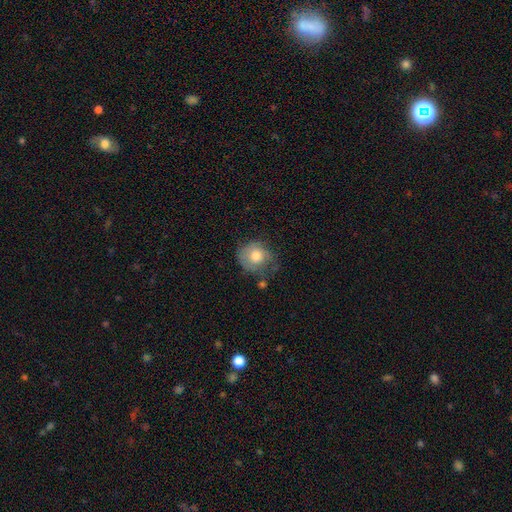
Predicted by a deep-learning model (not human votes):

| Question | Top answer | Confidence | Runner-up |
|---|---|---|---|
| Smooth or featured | smooth | 60% | featured or disk (32%) |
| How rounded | round | 75% | in between (24%) |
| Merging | none | 48% | minor disturbance (30%) |